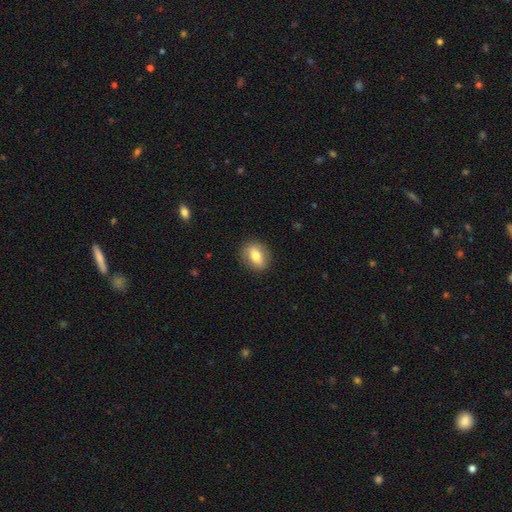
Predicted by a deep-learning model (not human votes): A smooth galaxy with no disk features (68%) that is in between round and cigar-shaped (61%).

Vote fractions:
- Smooth or featured? smooth: 68% / featured or disk: 24% / star or artifact: 8%
- How rounded? in between: 61% / round: 37% / cigar-shaped: 3%
- Merging? none: 86% / minor disturbance: 10% / major disturbance: 3% / merger: 1%